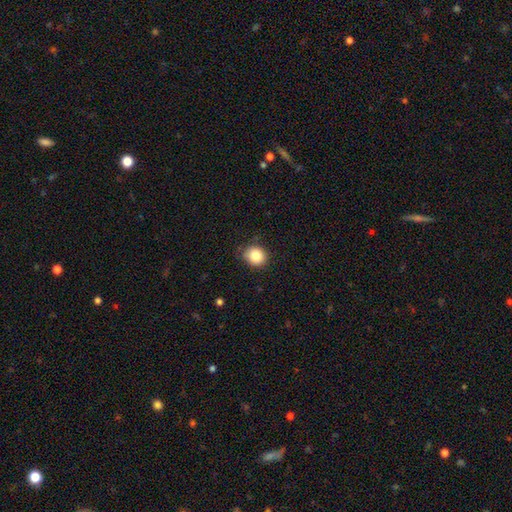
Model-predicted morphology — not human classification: This is clearly a smooth galaxy (86%). How rounded: clearly round (80%). Merging: clearly none (81%).